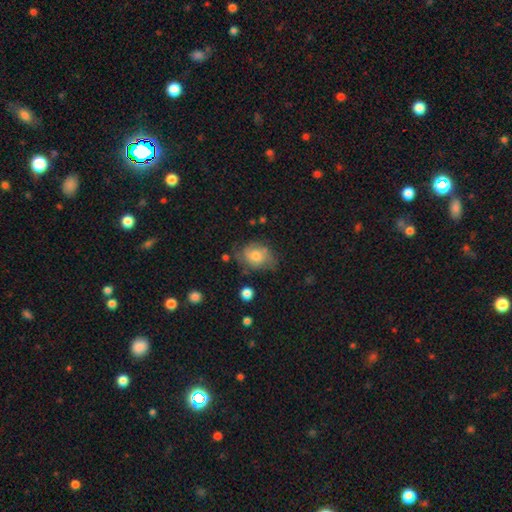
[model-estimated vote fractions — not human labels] Smooth or featured?
  - smooth: 52% *
  - featured or disk: 38%
  - star or artifact: 10%
How rounded?
  - in between: 53% *
  - round: 45%
  - cigar-shaped: 1%
Merging?
  - none: 58% *
  - minor disturbance: 28%
  - major disturbance: 12%
  - merger: 2%